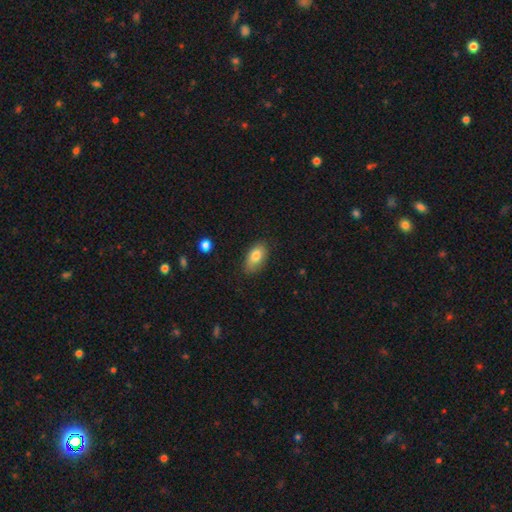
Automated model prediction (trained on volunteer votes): Overall: smooth (82%). How rounded: in between (91%). Merging: none (77%).